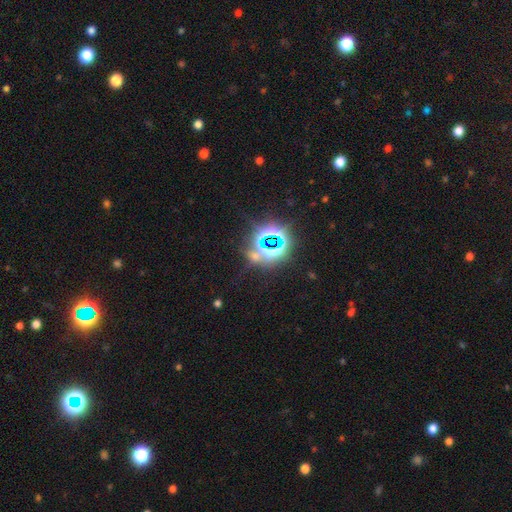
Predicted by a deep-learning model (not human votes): Smooth or featured: star or artifact — 76% (smooth — 15%)